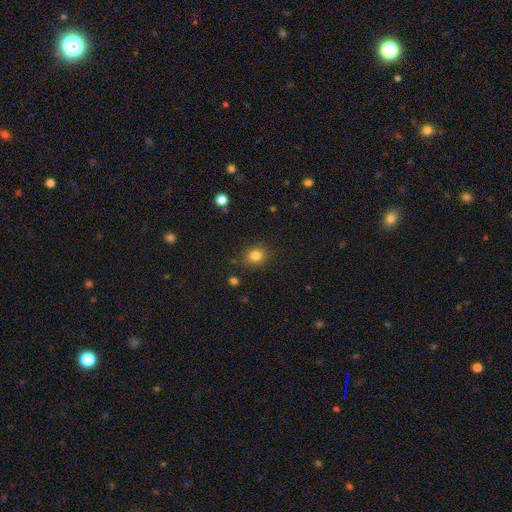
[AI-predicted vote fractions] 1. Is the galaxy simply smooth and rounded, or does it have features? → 82% smooth, 12% star or artifact, 6% featured or disk.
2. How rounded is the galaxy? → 68% round, 31% in between, 1% cigar-shaped.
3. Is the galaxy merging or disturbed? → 86% none, 10% minor disturbance, 3% major disturbance, 2% merger.